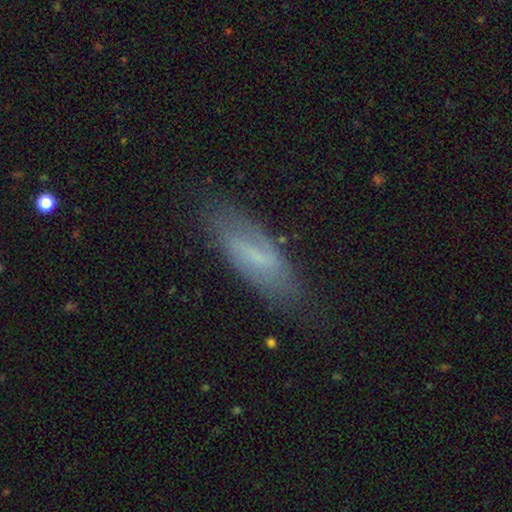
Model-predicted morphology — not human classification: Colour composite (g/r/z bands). It shows a smooth galaxy with no disk features (46%). Merging: none (75%).